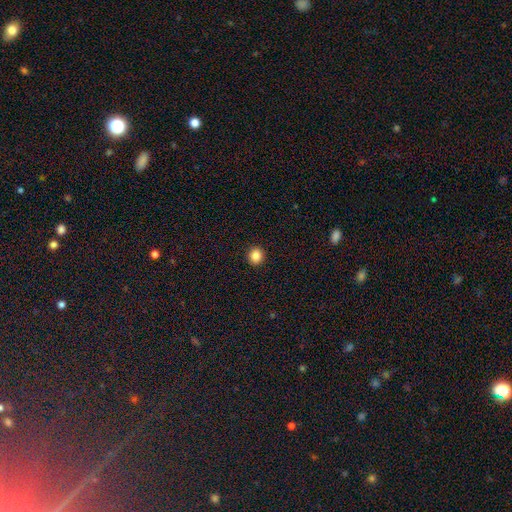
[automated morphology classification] This appears to be a smooth galaxy with no disk features (86%) that is round (88%). Merging: none (93%).